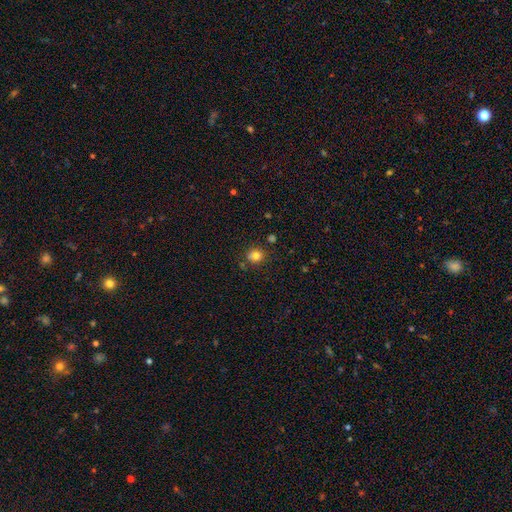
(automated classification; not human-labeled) A smooth galaxy with no disk features (80%) that is round (70%).

Vote fractions:
- Smooth or featured? smooth: 80% / star or artifact: 13% / featured or disk: 7%
- How rounded? round: 70% / in between: 29% / cigar-shaped: 1%
- Merging? none: 76% / minor disturbance: 13% / merger: 7% / major disturbance: 3%